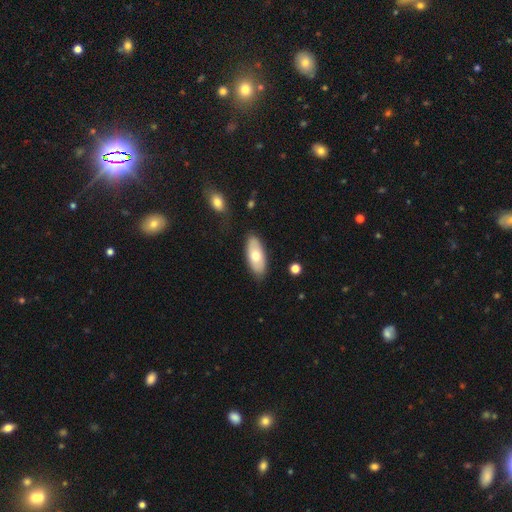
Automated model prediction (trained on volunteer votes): Smooth or featured? Predicted: smooth (p=0.68). How rounded? Predicted: in between (p=0.86). Merging? Predicted: none (p=0.84).